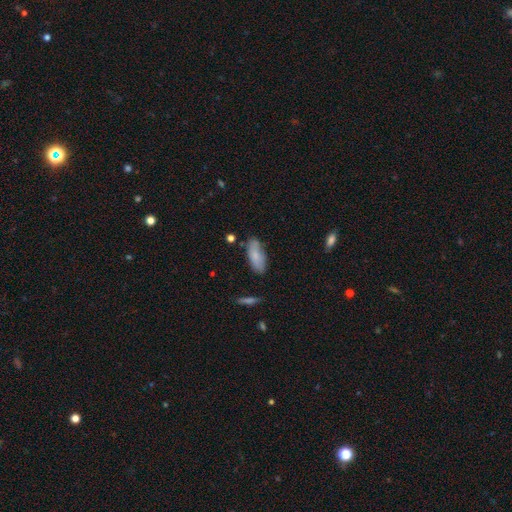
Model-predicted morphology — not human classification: The model was most divided on "merging": none: 71%, minor disturbance: 21%, major disturbance: 4%, merger: 4%. More confident: how rounded — in between (80%); smooth or featured — smooth (79%).